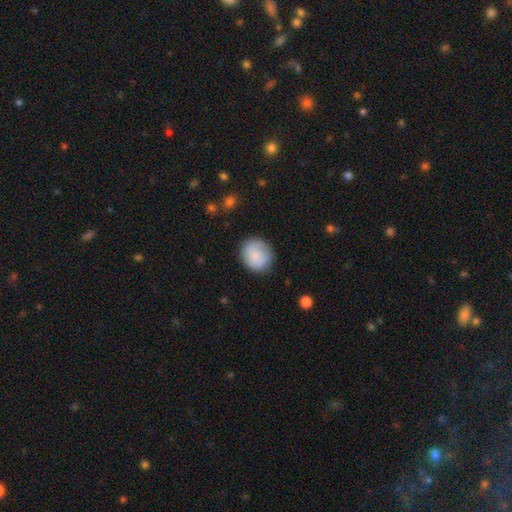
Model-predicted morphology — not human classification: The model was most divided on "how rounded": round: 79%, in between: 20%, cigar-shaped: 1%. More confident: smooth or featured — smooth (84%); merging — none (81%).